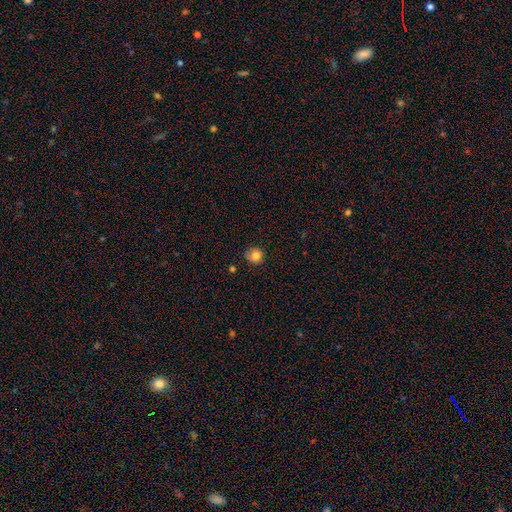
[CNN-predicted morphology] Q: Smooth or featured?
A: smooth (81%); runner-up: star or artifact (11%)
Q: How rounded?
A: round (88%); runner-up: in between (11%)
Q: Merging?
A: none (73%); runner-up: minor disturbance (21%)